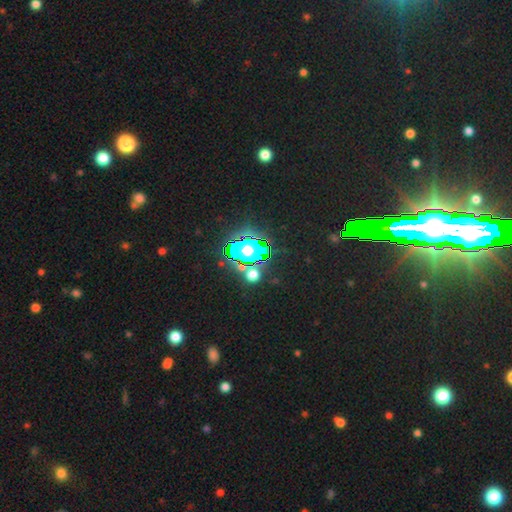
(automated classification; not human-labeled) Smooth or featured?
  - star or artifact: 82% *
  - smooth: 10%
  - featured or disk: 8%